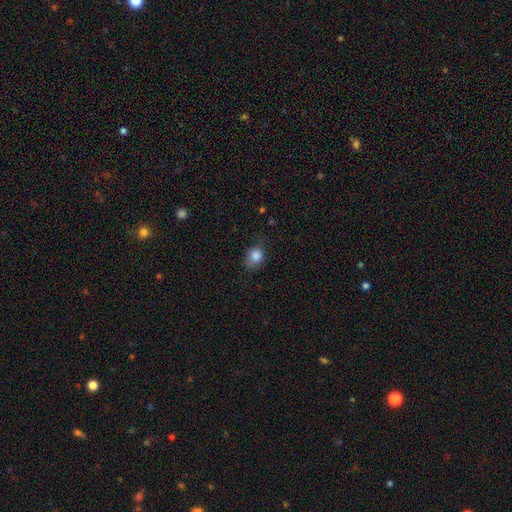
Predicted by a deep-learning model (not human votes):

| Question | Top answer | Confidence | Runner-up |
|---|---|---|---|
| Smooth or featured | smooth | 84% | star or artifact (10%) |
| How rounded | round | 50% | in between (49%) |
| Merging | none | 57% | minor disturbance (31%) |